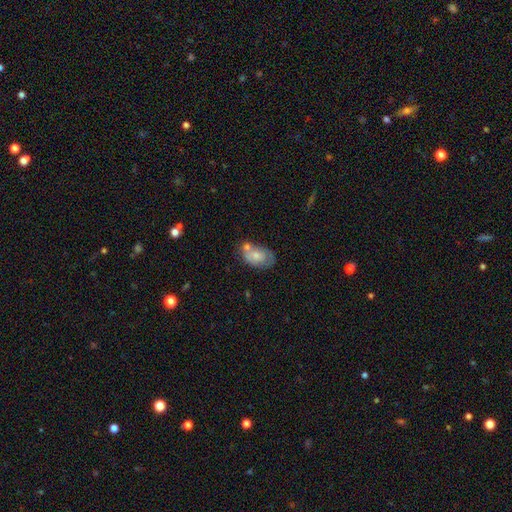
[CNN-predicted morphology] Q: Smooth or featured?
A: smooth (56%); runner-up: featured or disk (37%)
Q: How rounded?
A: in between (88%); runner-up: round (10%)
Q: Merging?
A: none (40%); runner-up: merger (25%)